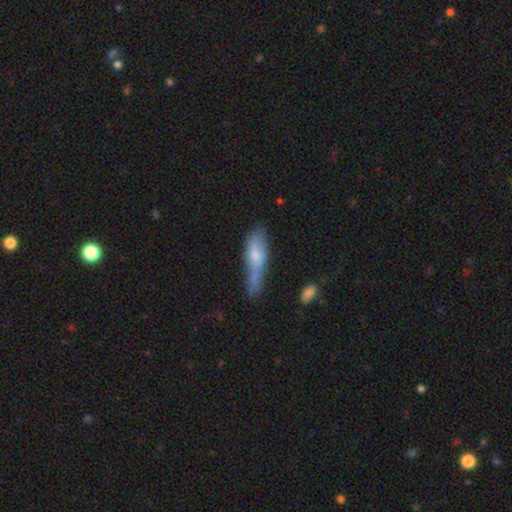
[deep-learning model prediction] This is likely a smooth galaxy (60%). How rounded: possibly cigar-shaped (60%). Merging: marginally none (38%).